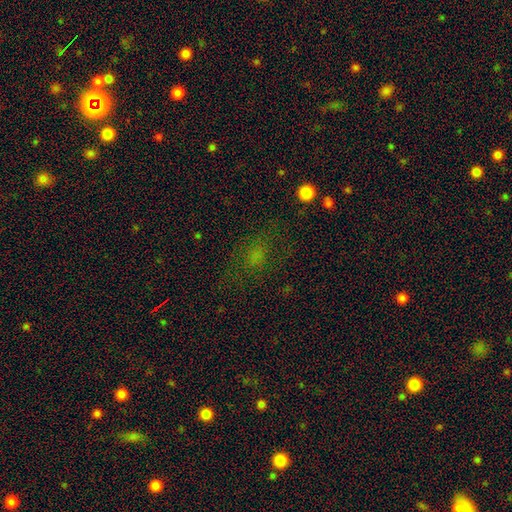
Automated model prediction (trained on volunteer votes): This appears to be a smooth galaxy with no disk features (58%) that is in between round and cigar-shaped (65%). Merging: none (62%).